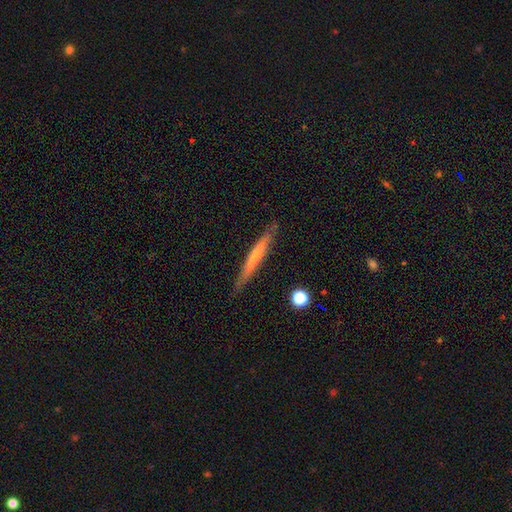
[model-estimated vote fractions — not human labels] The model was most divided on "smooth or featured": smooth: 50%, featured or disk: 44%, star or artifact: 6%. More confident: merging — none (85%).